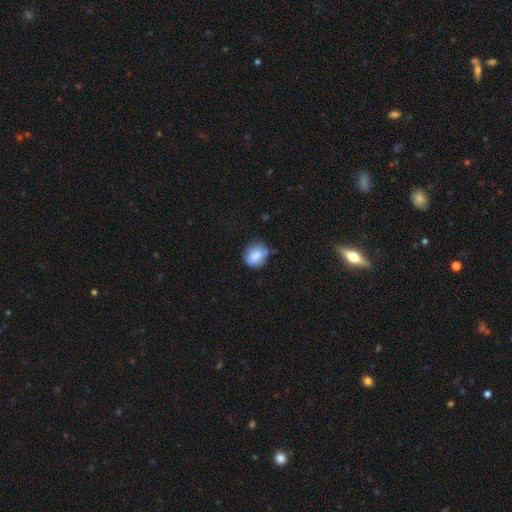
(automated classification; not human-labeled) Morphology: type=smooth (82%); roundness=round (70%); merging=none (69%).